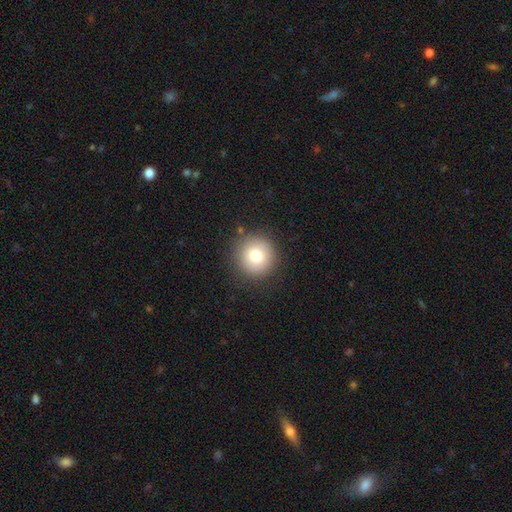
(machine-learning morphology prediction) Q: Smooth or featured?
A: smooth (79%); runner-up: featured or disk (10%)
Q: How rounded?
A: round (95%); runner-up: in between (4%)
Q: Merging?
A: none (87%); runner-up: minor disturbance (8%)